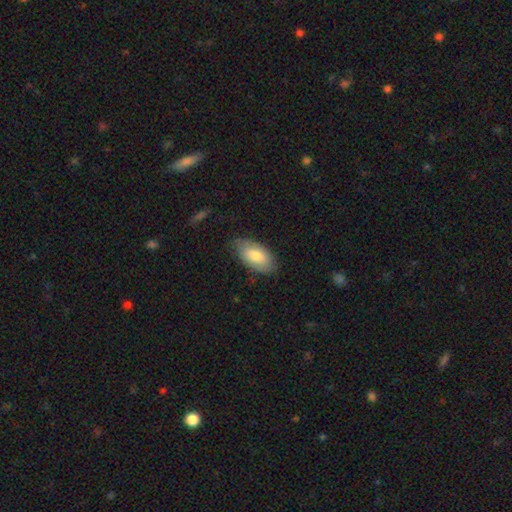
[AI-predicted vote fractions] Q: Smooth or featured?
A: smooth (77%); runner-up: featured or disk (17%)
Q: How rounded?
A: in between (94%); runner-up: cigar-shaped (3%)
Q: Merging?
A: none (75%); runner-up: minor disturbance (20%)